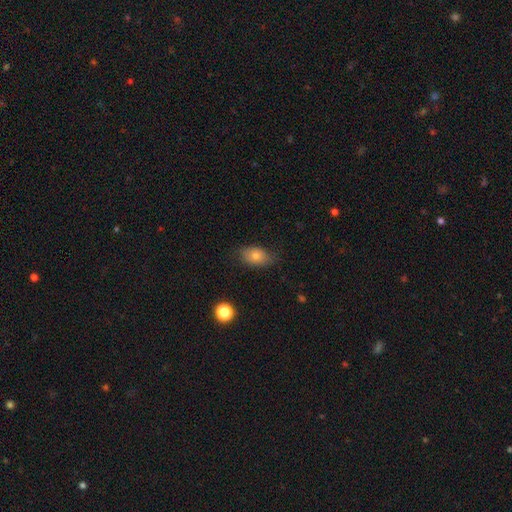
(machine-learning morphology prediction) Smooth or featured?
  - smooth: 76% *
  - featured or disk: 15%
  - star or artifact: 10%
How rounded?
  - in between: 83% *
  - round: 15%
  - cigar-shaped: 2%
Merging?
  - none: 76% *
  - minor disturbance: 19%
  - major disturbance: 4%
  - merger: 1%